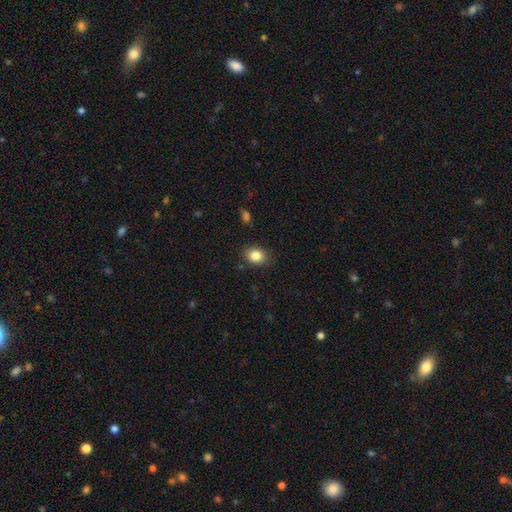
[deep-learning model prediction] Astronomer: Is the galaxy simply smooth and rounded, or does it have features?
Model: smooth — 84%.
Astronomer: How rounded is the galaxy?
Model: in between — 58% (runner-up: round, 41%).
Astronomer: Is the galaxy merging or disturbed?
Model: none — 86%.